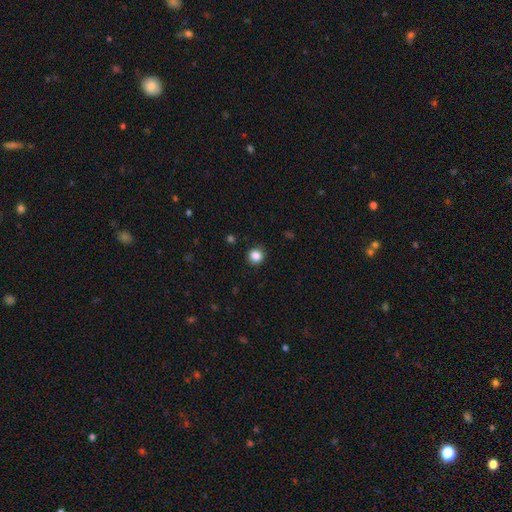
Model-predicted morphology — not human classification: Overall: smooth (86%). How rounded: round (92%). Merging: none (90%).